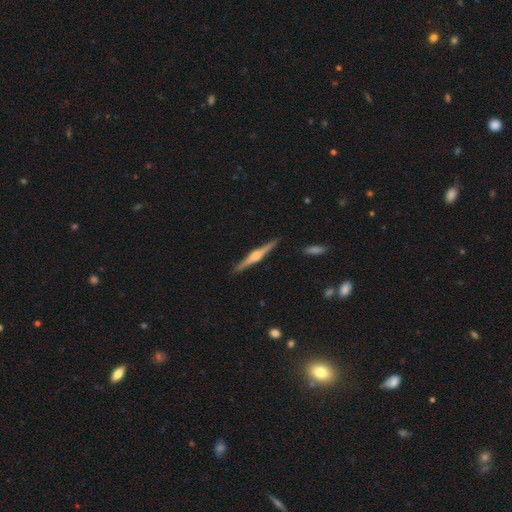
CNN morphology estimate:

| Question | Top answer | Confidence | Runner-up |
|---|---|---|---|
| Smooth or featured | featured or disk | 80% | smooth (14%) |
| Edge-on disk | yes | 99% | no (1%) |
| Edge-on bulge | rounded | 86% | boxy (10%) |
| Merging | none | 91% | minor disturbance (6%) |